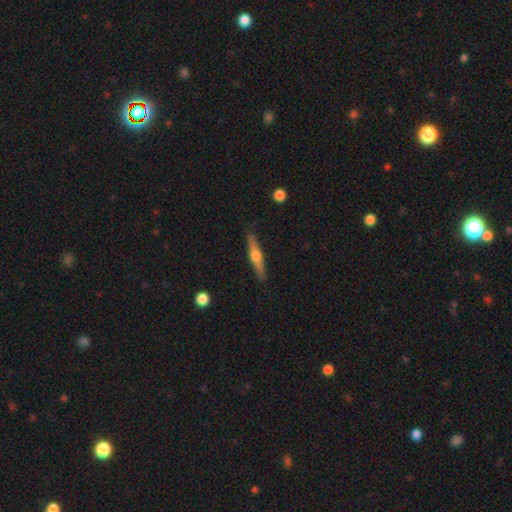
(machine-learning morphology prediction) A featured or disk galaxy (65%) viewed edge-on (97%) with a rounded central bulge (92%). Merging: none (88%).